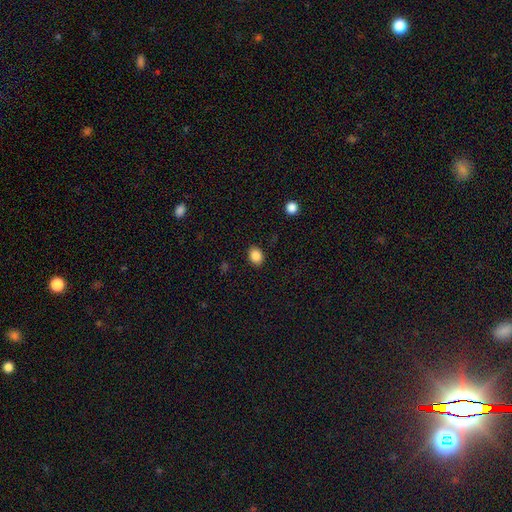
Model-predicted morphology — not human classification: Overall: smooth (87%). How rounded: in between (53%; round 46%). Merging: none (88%).